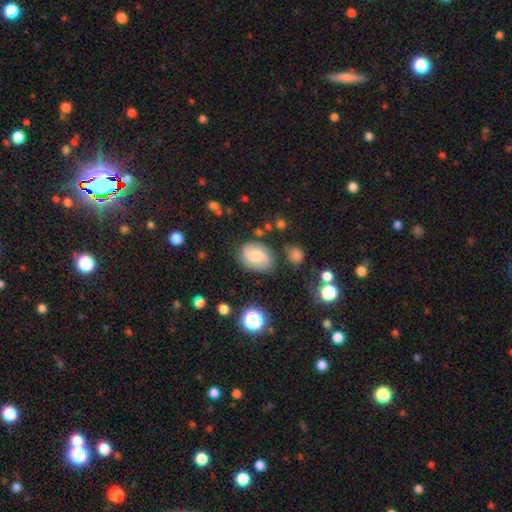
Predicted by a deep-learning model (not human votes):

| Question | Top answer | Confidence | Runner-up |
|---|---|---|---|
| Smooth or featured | featured or disk | 53% | smooth (38%) |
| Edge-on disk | no | 97% | yes (3%) |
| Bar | weak | 46% | no (44%) |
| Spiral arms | yes | 88% | no (12%) |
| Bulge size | moderate | 52% | large (20%) |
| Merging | none | 70% | minor disturbance (19%) |